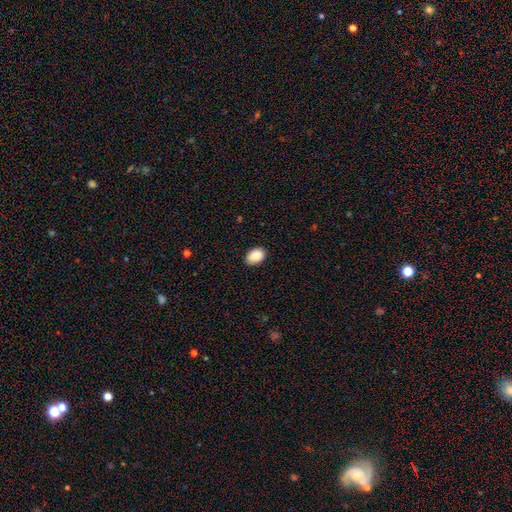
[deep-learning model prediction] Smooth or featured? smooth (89%)
How rounded? in between (83%)
Merging? none (87%)